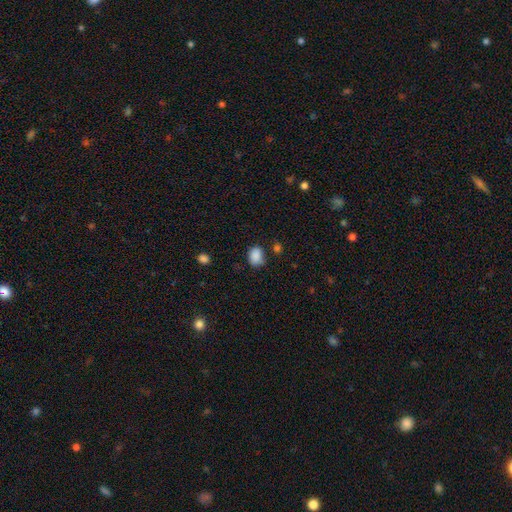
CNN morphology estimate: Smooth or featured? Predicted: smooth (p=0.87). How rounded? Predicted: in between (p=0.60). Merging? Predicted: none (p=0.64).